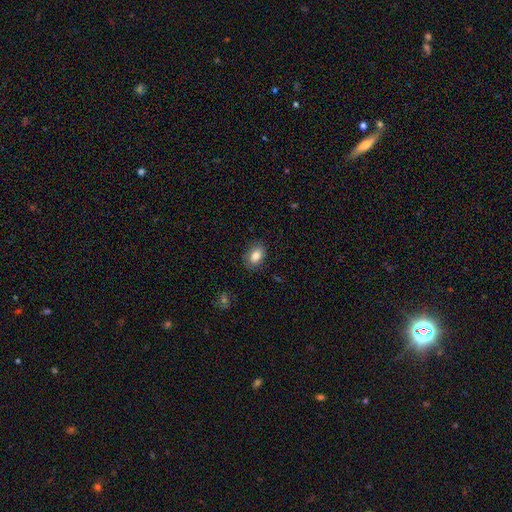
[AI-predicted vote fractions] Smooth or featured: smooth — 84% (star or artifact — 8%)
How rounded: in between — 81% (round — 18%)
Merging: none — 81% (minor disturbance — 14%)